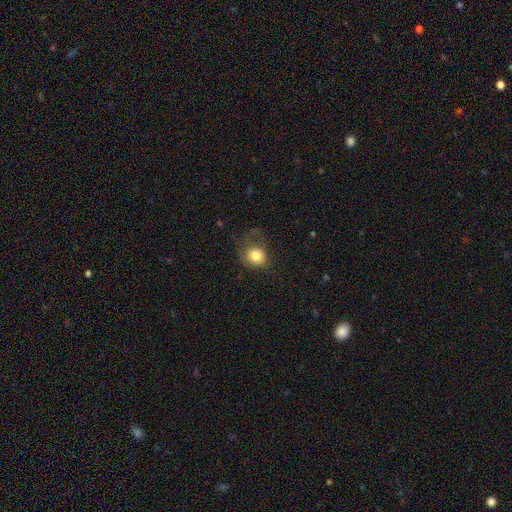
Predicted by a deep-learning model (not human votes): This appears to be a smooth galaxy with no disk features (80%) that is round (75%). Merging: none (50%).